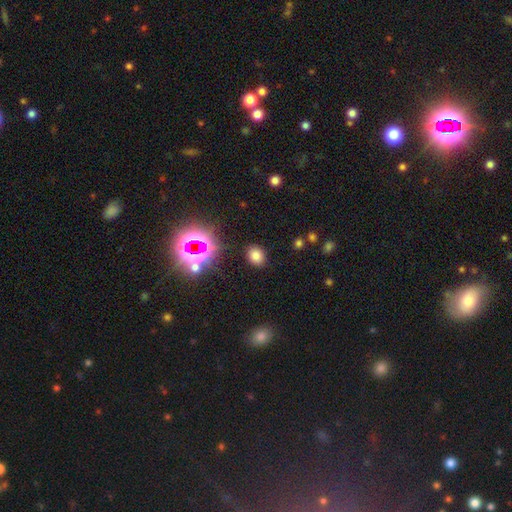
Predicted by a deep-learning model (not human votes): Q: Smooth or featured?
A: smooth (72%); runner-up: star or artifact (21%)
Q: How rounded?
A: in between (51%); runner-up: round (48%)
Q: Merging?
A: none (87%); runner-up: minor disturbance (8%)